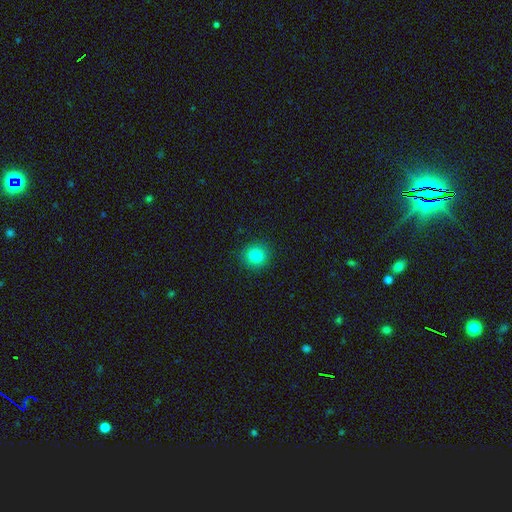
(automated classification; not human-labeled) Smooth or featured?
  - smooth: 82% *
  - star or artifact: 12%
  - featured or disk: 6%
How rounded?
  - round: 91% *
  - in between: 9%
  - cigar-shaped: 1%
Merging?
  - none: 91% *
  - minor disturbance: 6%
  - major disturbance: 2%
  - merger: 1%